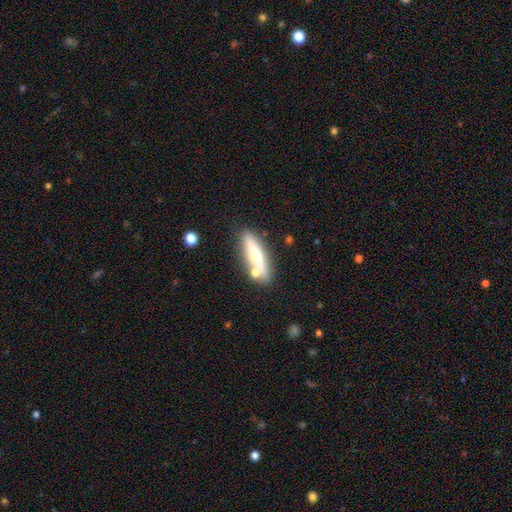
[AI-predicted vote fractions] A featured or disk galaxy (52%) viewed edge-on (88%). Merging: none (74%).